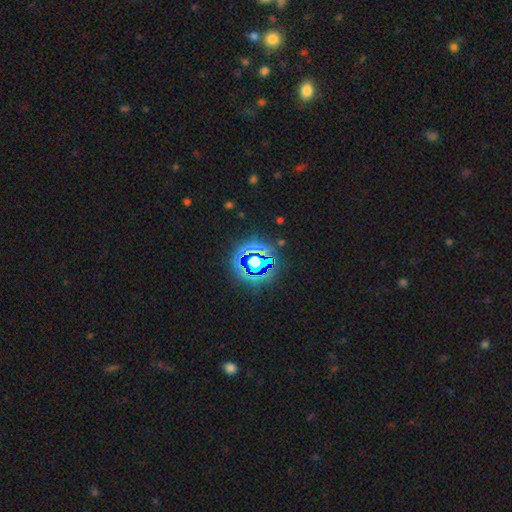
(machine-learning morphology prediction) A star or artifact, not a galaxy (76%).

Vote fractions:
- Smooth or featured? star or artifact: 76% / smooth: 15% / featured or disk: 9%